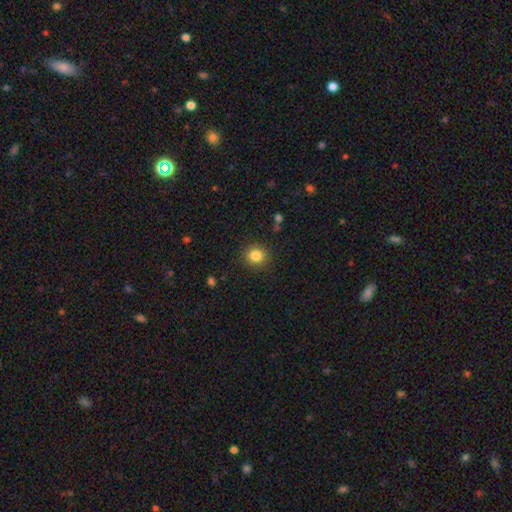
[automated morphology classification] This is clearly a smooth galaxy (84%). How rounded: clearly round (84%). Merging: clearly none (89%).